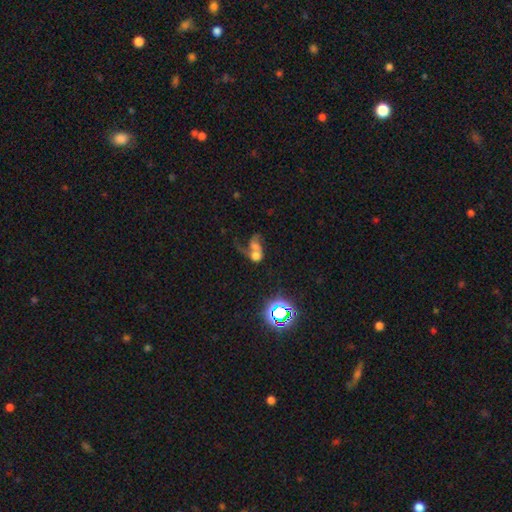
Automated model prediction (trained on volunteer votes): Smooth or featured?
  - featured or disk: 40% *
  - smooth: 35%
  - star or artifact: 26%
Merging?
  - merger: 61% *
  - major disturbance: 17%
  - none: 14%
  - minor disturbance: 7%